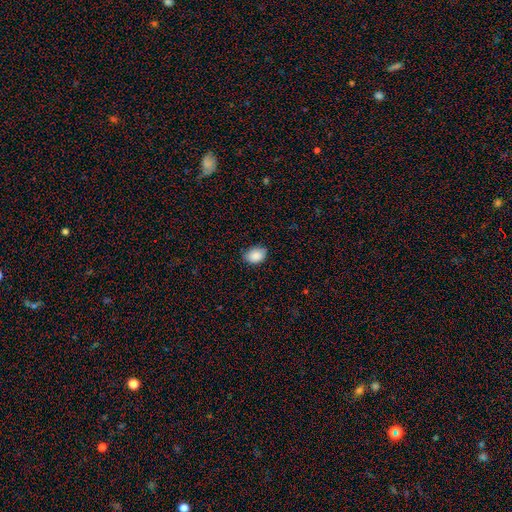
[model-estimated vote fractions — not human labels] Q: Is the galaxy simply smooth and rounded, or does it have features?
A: smooth — 89%.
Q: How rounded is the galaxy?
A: in between — 77%.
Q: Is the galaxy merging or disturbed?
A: none — 78%.